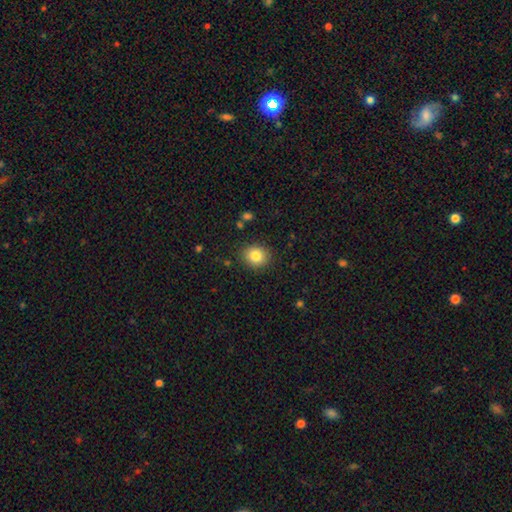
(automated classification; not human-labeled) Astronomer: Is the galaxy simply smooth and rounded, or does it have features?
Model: smooth — 83%.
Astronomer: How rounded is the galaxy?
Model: round — 77%.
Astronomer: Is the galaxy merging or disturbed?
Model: none — 88%.